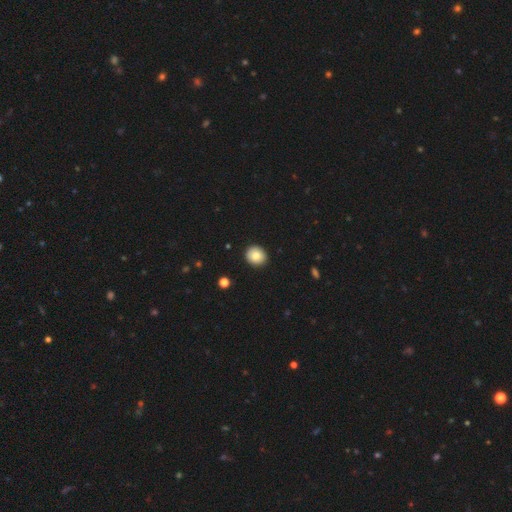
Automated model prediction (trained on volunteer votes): Smooth or featured? smooth (82%)
How rounded? round (82%)
Merging? none (91%)